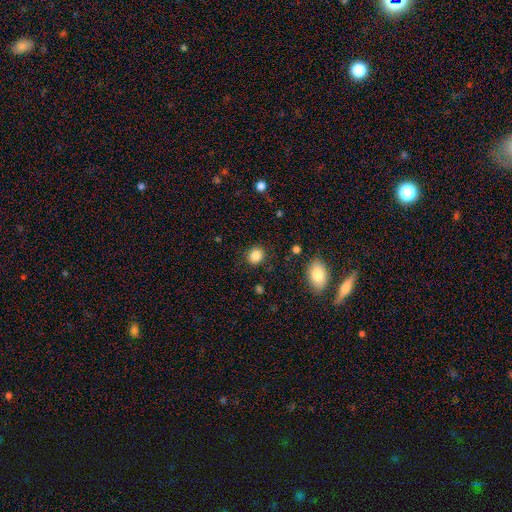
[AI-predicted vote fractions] A smooth galaxy with no disk features (86%) that is round (72%).

Vote fractions:
- Smooth or featured? smooth: 86% / star or artifact: 10% / featured or disk: 4%
- How rounded? round: 72% / in between: 27% / cigar-shaped: 1%
- Merging? none: 87% / minor disturbance: 8% / major disturbance: 3% / merger: 2%